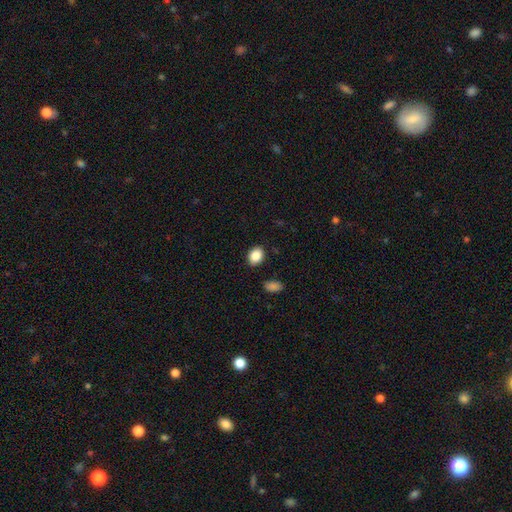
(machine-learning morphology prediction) Overall: smooth (87%). How rounded: in between (64%; round 35%). Merging: none (85%).